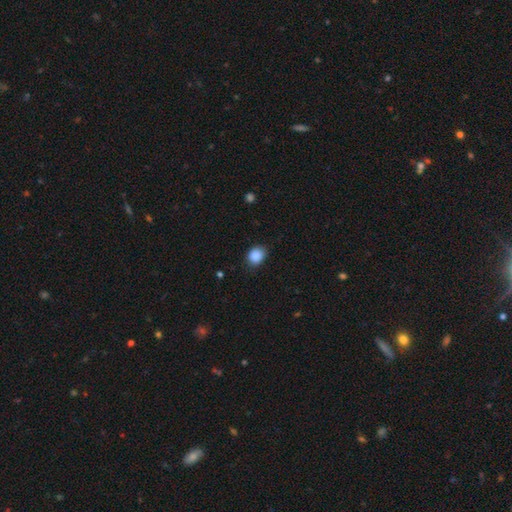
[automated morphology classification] type=smooth (88%); roundness=round (60%); merging=none (81%).